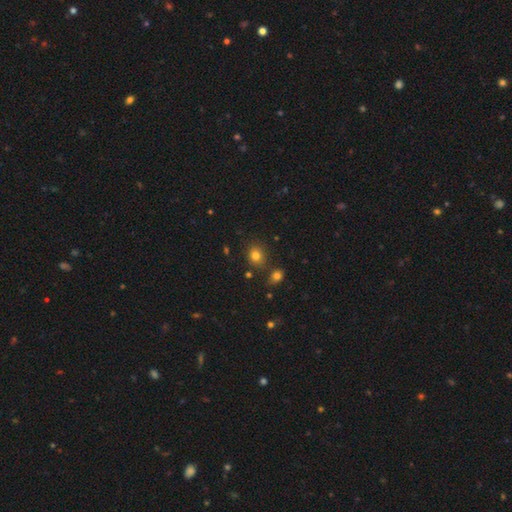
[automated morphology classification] This appears to be a smooth galaxy with no disk features (79%) that is round (71%). Merging: none (79%).